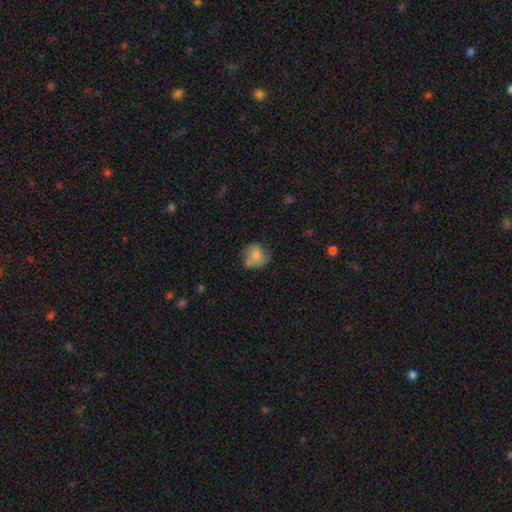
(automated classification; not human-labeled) Smooth or featured?
  - smooth: 70% *
  - featured or disk: 21%
  - star or artifact: 8%
How rounded?
  - round: 79% *
  - in between: 20%
  - cigar-shaped: 1%
Merging?
  - none: 56% *
  - minor disturbance: 26%
  - merger: 12%
  - major disturbance: 7%